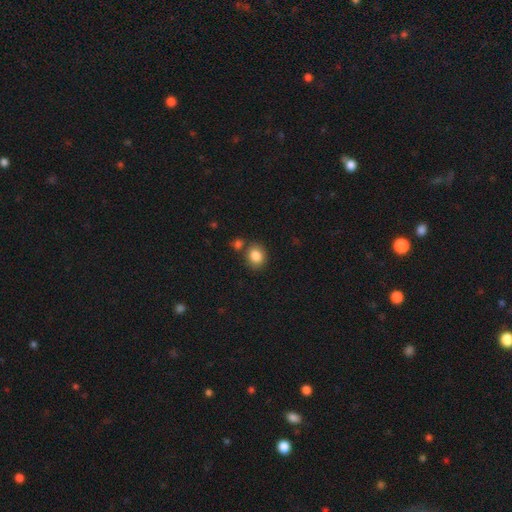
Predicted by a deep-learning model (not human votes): This is clearly a smooth galaxy (85%). How rounded: likely round (65%). Merging: likely none (73%).